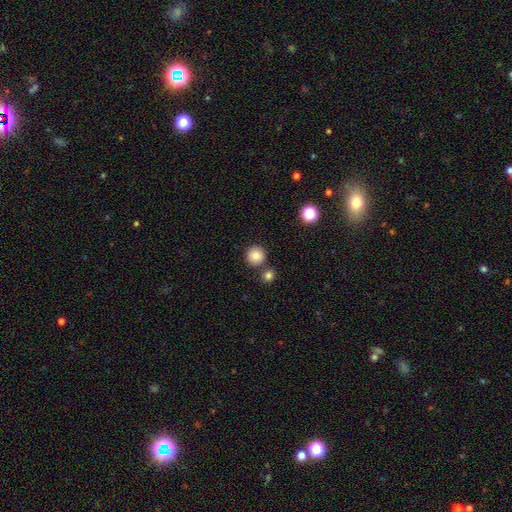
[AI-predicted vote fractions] A smooth galaxy with no disk features (83%) that is round (95%).

Vote fractions:
- Smooth or featured? smooth: 83% / star or artifact: 11% / featured or disk: 6%
- How rounded? round: 95% / in between: 4% / cigar-shaped: 1%
- Merging? none: 82% / merger: 10% / minor disturbance: 7% / major disturbance: 2%